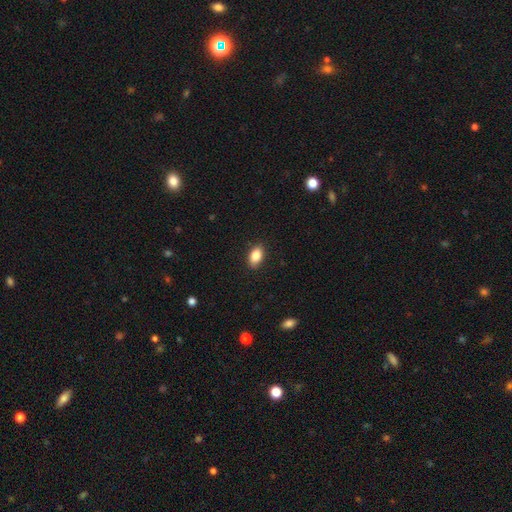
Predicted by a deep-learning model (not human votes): The model was most divided on "smooth or featured": smooth: 86%, star or artifact: 8%, featured or disk: 6%. More confident: how rounded — in between (90%); merging — none (88%).